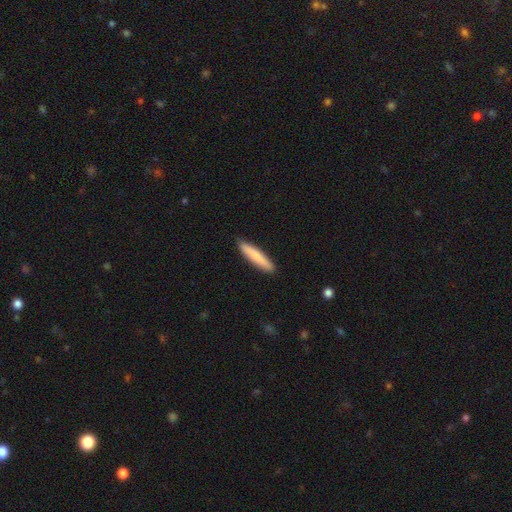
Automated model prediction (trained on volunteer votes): smooth_or_featured: smooth (p=0.79) [alt: featured or disk p=0.16]
how_rounded: cigar-shaped (p=0.89) [alt: in between p=0.09]
merging: none (p=0.90) [alt: minor disturbance p=0.07]